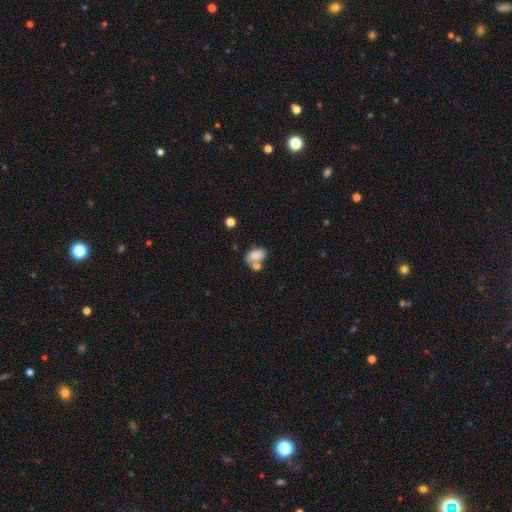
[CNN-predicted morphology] A smooth galaxy with no disk features (81%) that is in between round and cigar-shaped (85%).

Vote fractions:
- Smooth or featured? smooth: 81% / featured or disk: 11% / star or artifact: 8%
- How rounded? in between: 85% / round: 14% / cigar-shaped: 1%
- Merging? merger: 39% (tied) / none: 39% (tied) / minor disturbance: 16% / major disturbance: 6%